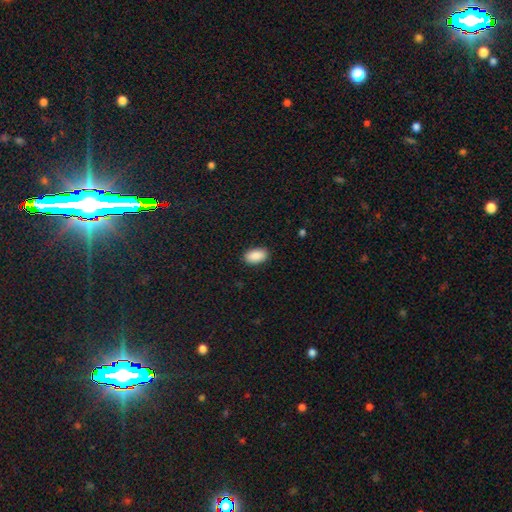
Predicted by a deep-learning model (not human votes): A smooth galaxy with no disk features (90%) that is in between round and cigar-shaped (94%).

Vote fractions:
- Smooth or featured? smooth: 90% / star or artifact: 7% / featured or disk: 4%
- How rounded? in between: 94% / round: 5% / cigar-shaped: 2%
- Merging? none: 89% / minor disturbance: 8% / major disturbance: 2% / merger: 1%